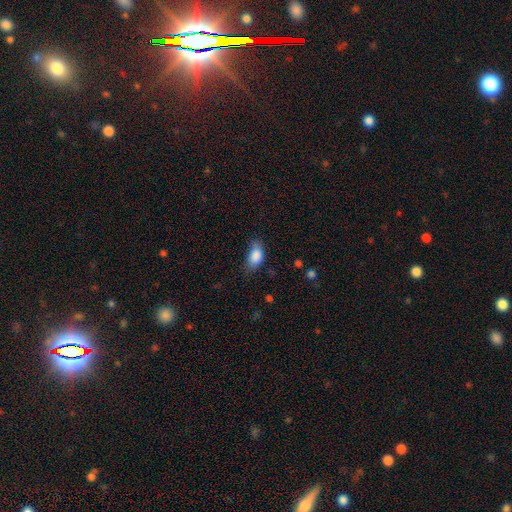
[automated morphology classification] Overall: smooth (86%). How rounded: in between (88%). Merging: none (54%; minor disturbance 34%).